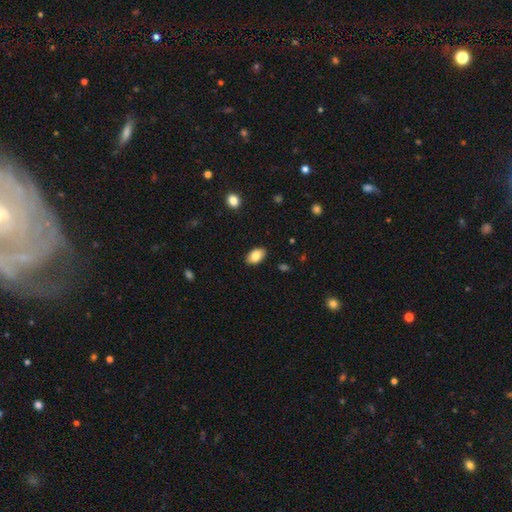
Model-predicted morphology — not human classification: smooth-or-featured: smooth: 84% | featured or disk: 9% | star or artifact: 7%
  how-rounded: in between: 91% | round: 7% | cigar-shaped: 1%
  merging: none: 88% | minor disturbance: 9% | major disturbance: 2% | merger: 1%